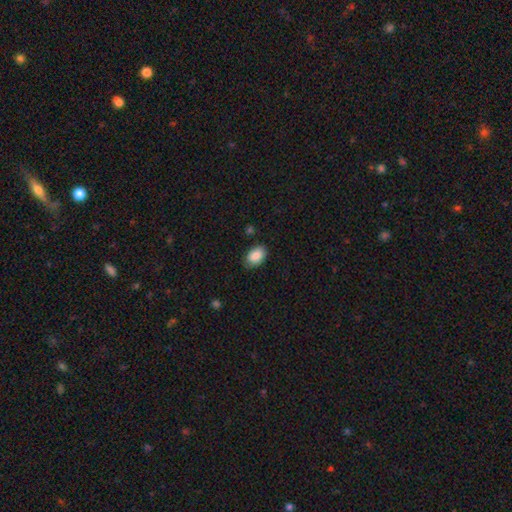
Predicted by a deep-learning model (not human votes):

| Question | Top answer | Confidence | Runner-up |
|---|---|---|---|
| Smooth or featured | smooth | 88% | star or artifact (7%) |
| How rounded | in between | 89% | round (10%) |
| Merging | none | 81% | minor disturbance (15%) |